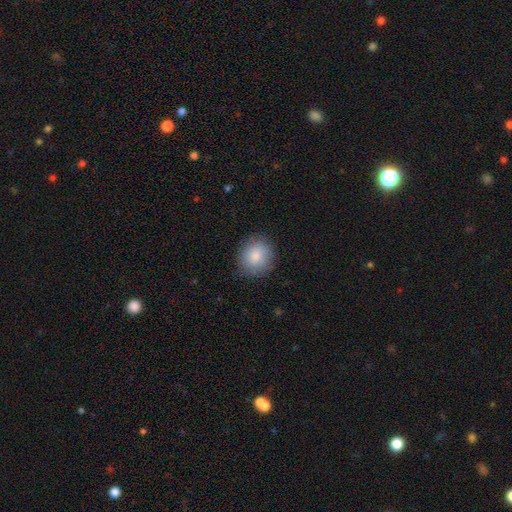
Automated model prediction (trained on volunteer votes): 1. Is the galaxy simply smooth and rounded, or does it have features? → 86% smooth, 7% star or artifact, 7% featured or disk.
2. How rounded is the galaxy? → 77% round, 22% in between, 1% cigar-shaped.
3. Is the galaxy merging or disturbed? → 84% none, 12% minor disturbance, 3% major disturbance, 1% merger.